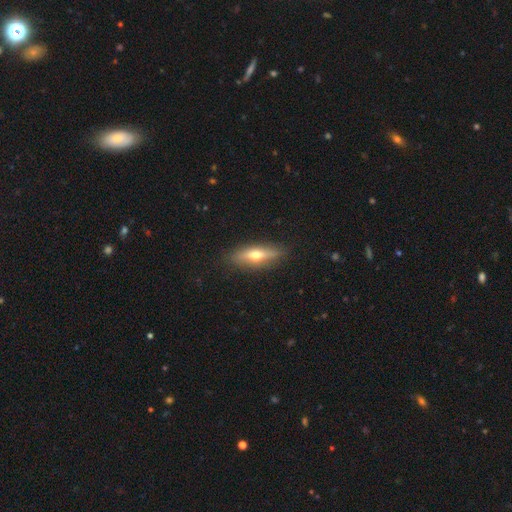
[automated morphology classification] This appears to be a smooth galaxy with no disk features (49%). Merging: none (85%).